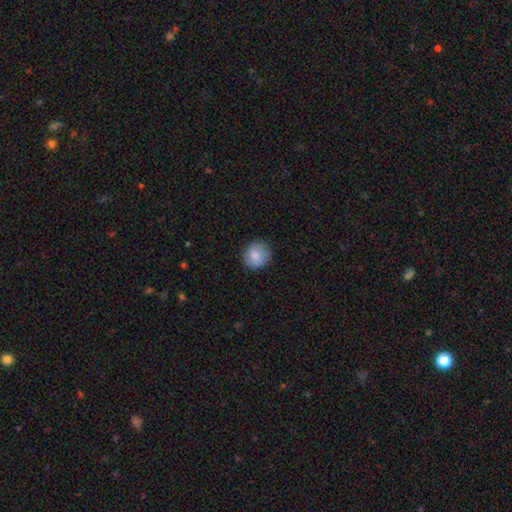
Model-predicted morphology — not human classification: type=smooth (81%); roundness=round (88%); merging=none (84%).